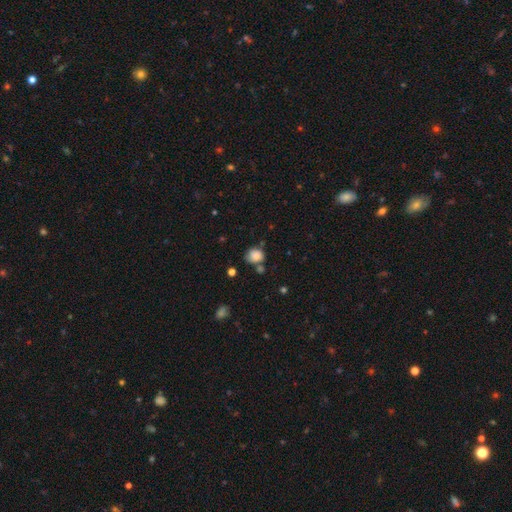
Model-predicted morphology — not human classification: Smooth or featured? smooth (83%)
How rounded? round (64%)
Merging? none (55%)